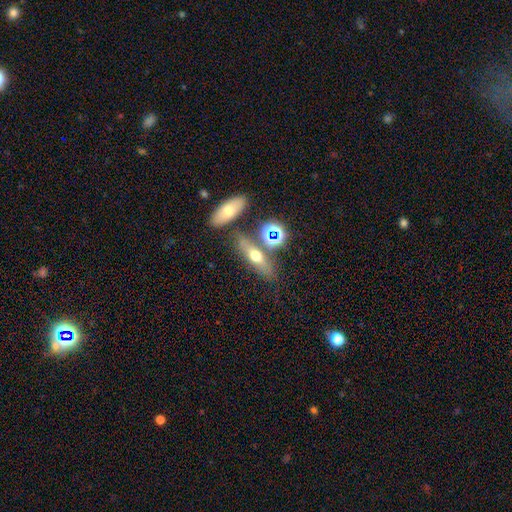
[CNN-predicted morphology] Smooth or featured? Predicted: smooth (p=0.49). Merging? Predicted: none (p=0.69).